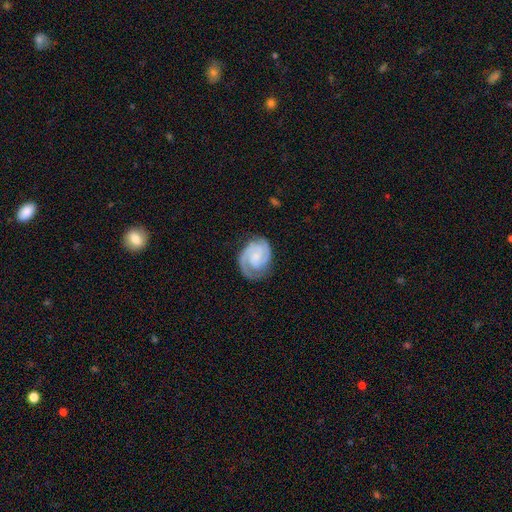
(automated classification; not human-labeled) Q: Smooth or featured?
A: featured or disk (87%); runner-up: smooth (9%)
Q: Edge-on disk?
A: no (98%); runner-up: yes (2%)
Q: Bar?
A: no (63%); runner-up: weak (31%)
Q: Spiral arms?
A: yes (98%); runner-up: no (2%)
Q: Spiral winding?
A: tight (64%); runner-up: medium (31%)
Q: Spiral arm count?
A: 2 (74%); runner-up: 3 (9%)
Q: Bulge size?
A: small (43%); runner-up: none (29%)
Q: Merging?
A: none (74%); runner-up: minor disturbance (18%)